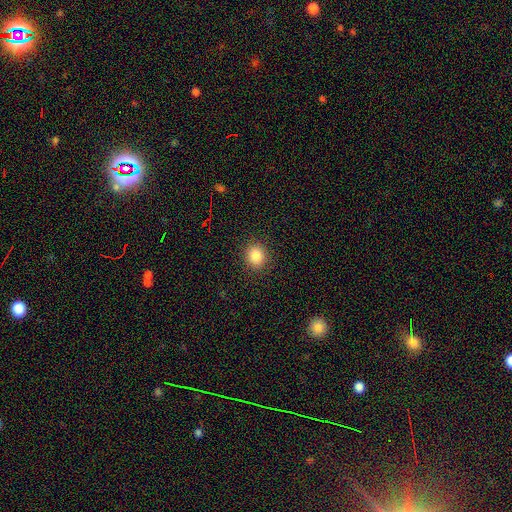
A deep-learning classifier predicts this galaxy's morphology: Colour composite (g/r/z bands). It shows a smooth galaxy with no disk features (85%) that is round (74%). Merging: none (90%).